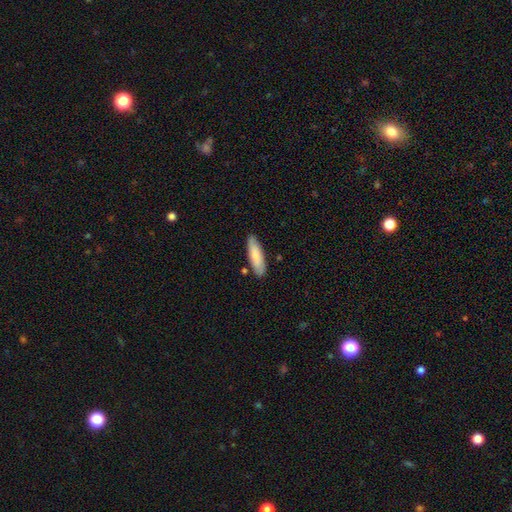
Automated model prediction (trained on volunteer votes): smooth-or-featured: smooth: 82% | featured or disk: 12% | star or artifact: 5%
  how-rounded: cigar-shaped: 55% | in between: 44% | round: 1%
  merging: none: 84% | minor disturbance: 11% | merger: 3% | major disturbance: 2%